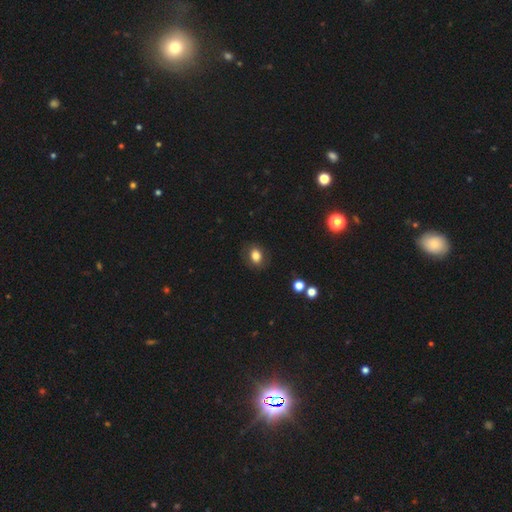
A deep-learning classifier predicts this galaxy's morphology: Smooth or featured? Predicted: smooth (p=0.81). How rounded? Predicted: in between (p=0.53). Merging? Predicted: none (p=0.83).